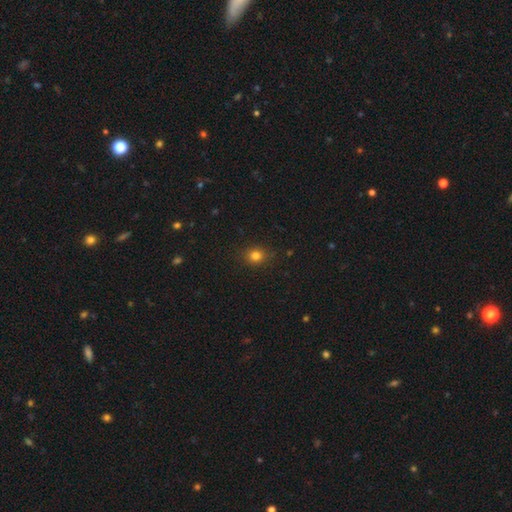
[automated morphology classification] Smooth or featured?
  - smooth: 80% *
  - star or artifact: 15%
  - featured or disk: 5%
How rounded?
  - round: 74% *
  - in between: 25%
  - cigar-shaped: 1%
Merging?
  - none: 87% *
  - minor disturbance: 9%
  - major disturbance: 3%
  - merger: 1%